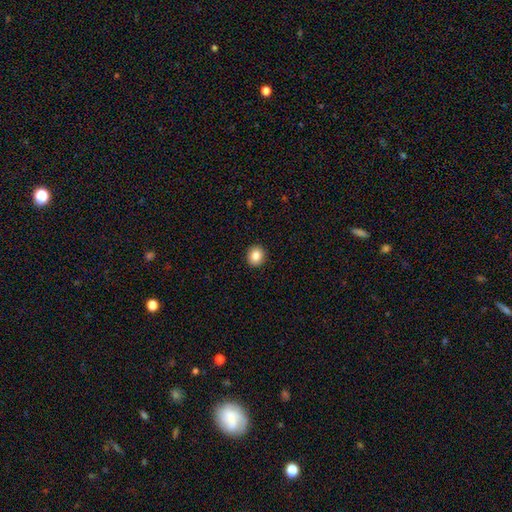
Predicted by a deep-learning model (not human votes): A smooth galaxy with no disk features (86%) that is round (79%). Merging: none (92%).